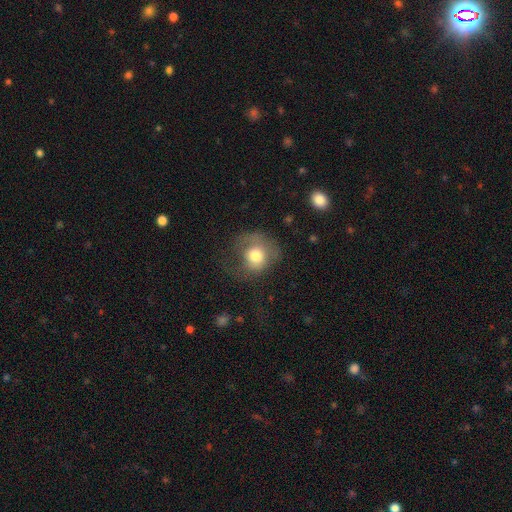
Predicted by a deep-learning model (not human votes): Smooth or featured? smooth (69%)
How rounded? round (77%)
Merging? none (39%)